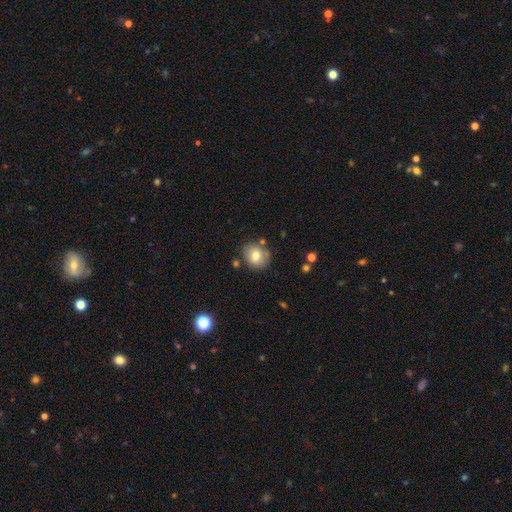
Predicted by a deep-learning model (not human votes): smooth-or-featured: smooth: 75% | featured or disk: 15% | star or artifact: 9%
  how-rounded: round: 71% | in between: 28% | cigar-shaped: 1%
  merging: none: 78% | minor disturbance: 13% | merger: 6% | major disturbance: 3%